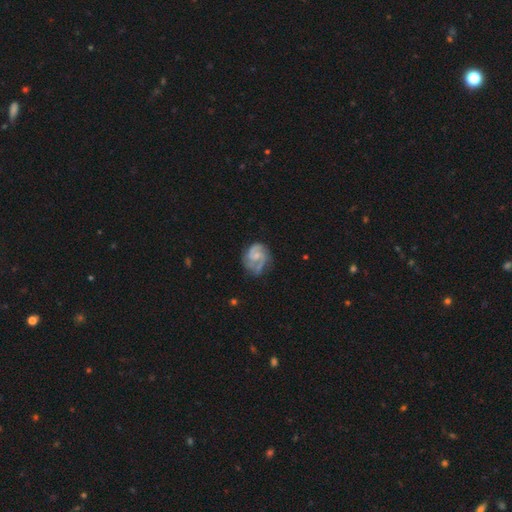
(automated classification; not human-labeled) featured or disk 81%, smooth 14%, star or artifact 5%. Down the decision tree: edge-on disk — no (98%); bar — no (53%); spiral arms — yes (95%); spiral arm count — 2 (69%); spiral winding — medium (49%); bulge size — small (54%); merging — none (61%).